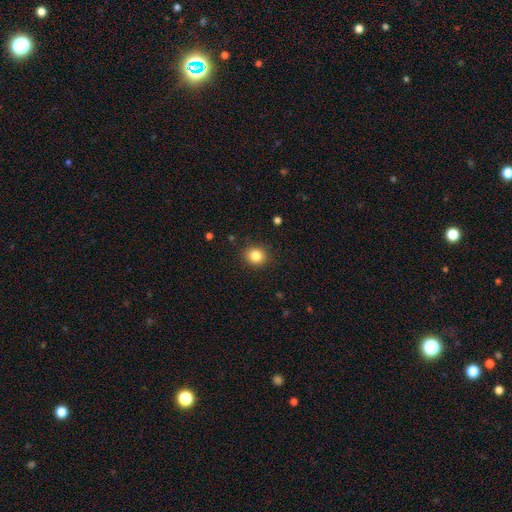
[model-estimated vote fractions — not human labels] Q: Smooth or featured?
A: smooth (84%); runner-up: star or artifact (11%)
Q: How rounded?
A: round (79%); runner-up: in between (21%)
Q: Merging?
A: none (89%); runner-up: minor disturbance (8%)